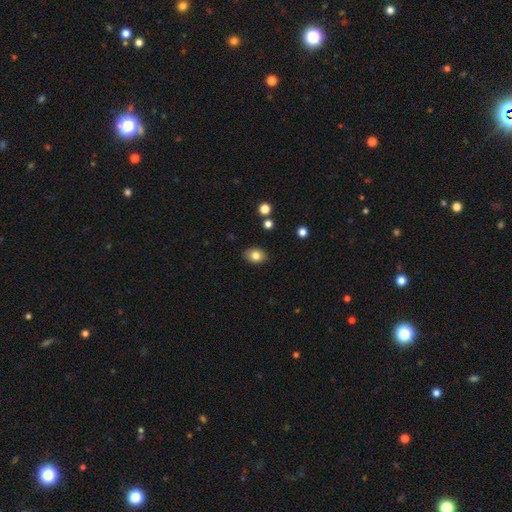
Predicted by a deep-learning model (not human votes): A smooth galaxy with no disk features (82%) that is in between round and cigar-shaped (72%). Merging: none (87%).